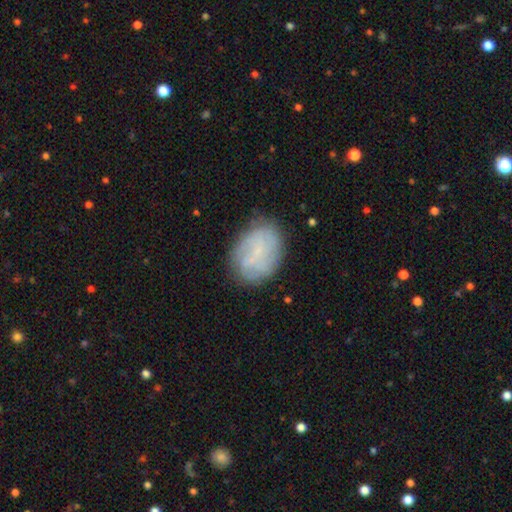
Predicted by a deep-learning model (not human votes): A smooth galaxy with no disk features (45%).

Vote fractions:
- Smooth or featured? smooth: 45% / featured or disk: 43% / star or artifact: 12%
- Merging? none: 78% / minor disturbance: 16% / major disturbance: 5% / merger: 1%